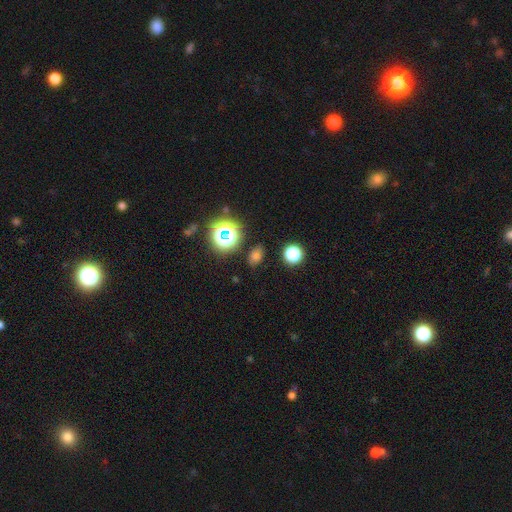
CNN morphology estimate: Smooth or featured?
  - smooth: 66% *
  - star or artifact: 27%
  - featured or disk: 8%
How rounded?
  - in between: 70% *
  - round: 28%
  - cigar-shaped: 2%
Merging?
  - none: 83% *
  - minor disturbance: 11%
  - major disturbance: 3%
  - merger: 3%